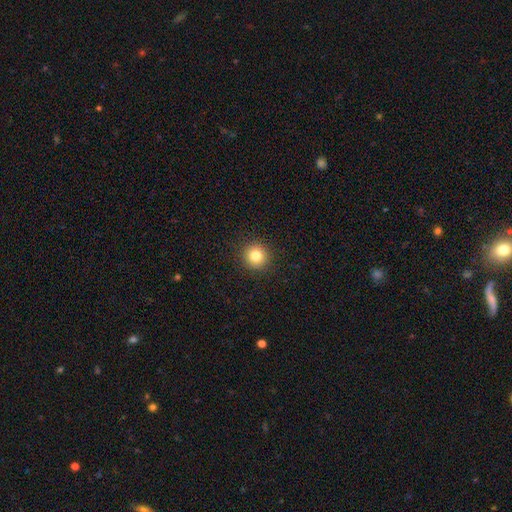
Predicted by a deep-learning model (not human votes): smooth-or-featured: smooth: 82% | star or artifact: 12% | featured or disk: 7%
  how-rounded: round: 94% | in between: 5% | cigar-shaped: 1%
  merging: none: 92% | minor disturbance: 5% | major disturbance: 2% | merger: 1%